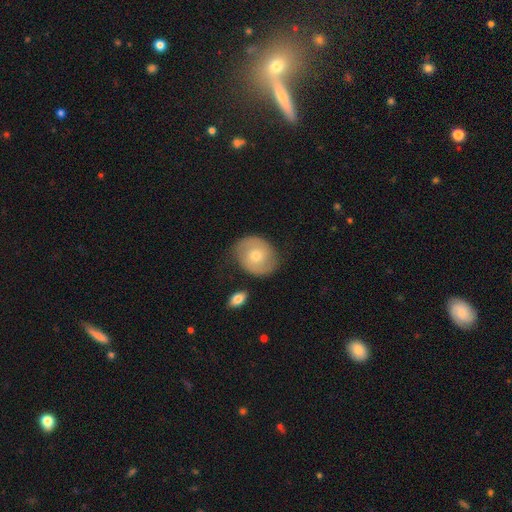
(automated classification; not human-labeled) Smooth or featured? Predicted: featured or disk (p=0.49). Merging? Predicted: none (p=0.75).